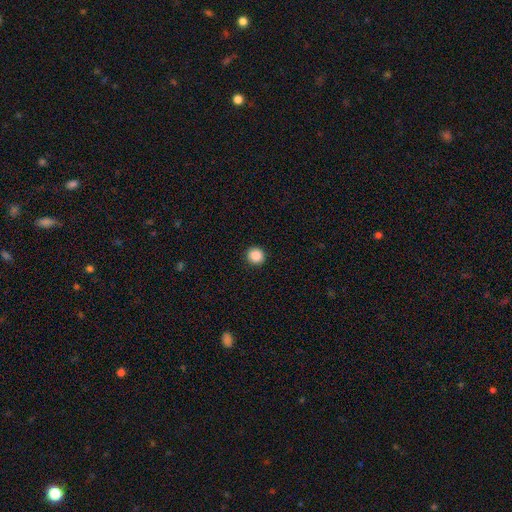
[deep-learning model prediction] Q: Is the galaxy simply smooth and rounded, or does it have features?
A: smooth — 88%.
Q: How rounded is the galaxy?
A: round — 95%.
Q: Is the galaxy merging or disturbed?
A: none — 93%.